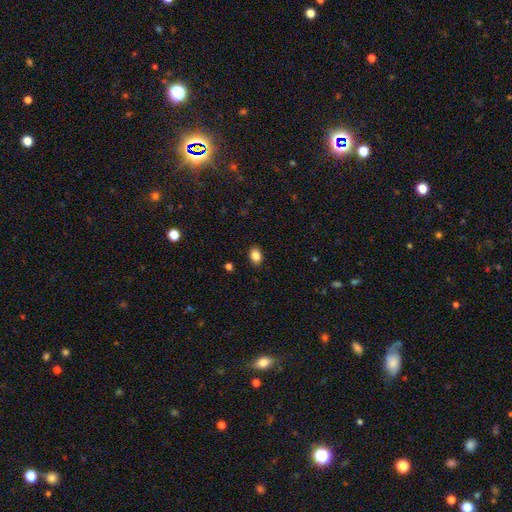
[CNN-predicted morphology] This is clearly a smooth galaxy (86%). How rounded: likely in between (78%). Merging: clearly none (89%).